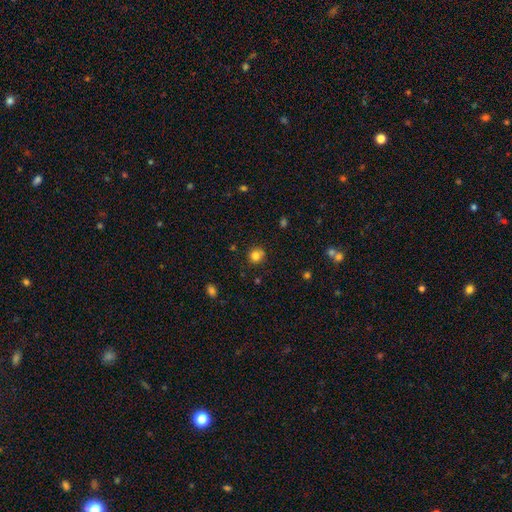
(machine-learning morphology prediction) A smooth galaxy with no disk features (81%) that is round (89%). Merging: none (80%).